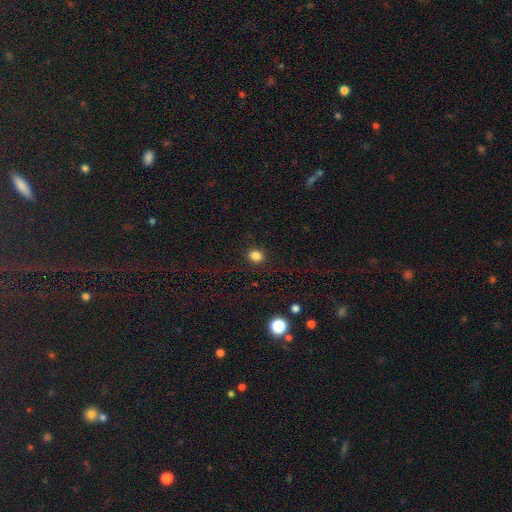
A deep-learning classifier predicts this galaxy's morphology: Smooth or featured?
  - smooth: 83% *
  - star or artifact: 12%
  - featured or disk: 5%
How rounded?
  - round: 66% *
  - in between: 33%
  - cigar-shaped: 1%
Merging?
  - none: 88% *
  - minor disturbance: 8%
  - major disturbance: 3%
  - merger: 1%